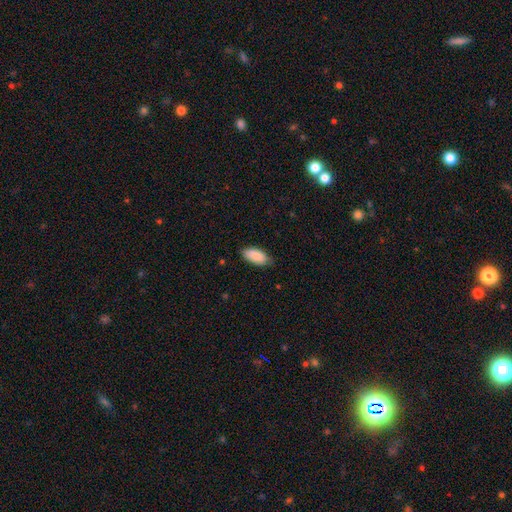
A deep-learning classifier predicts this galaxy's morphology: Smooth or featured?
  - smooth: 89% *
  - star or artifact: 6%
  - featured or disk: 5%
How rounded?
  - in between: 92% *
  - cigar-shaped: 6%
  - round: 2%
Merging?
  - none: 77% *
  - minor disturbance: 20%
  - major disturbance: 3%
  - merger: 1%